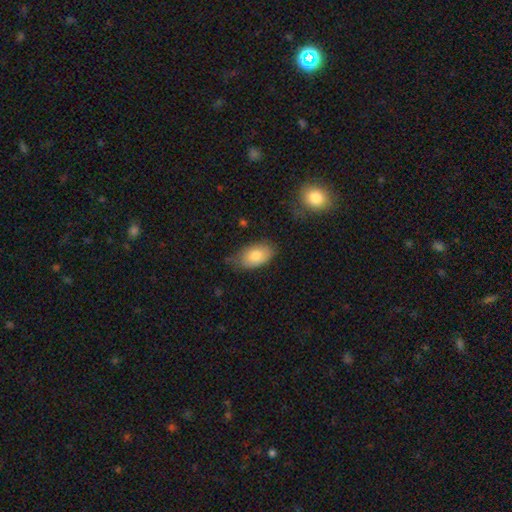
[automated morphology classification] smooth 81%, featured or disk 12%, star or artifact 7%. Down the decision tree: how rounded — in between (93%); merging — none (65%).